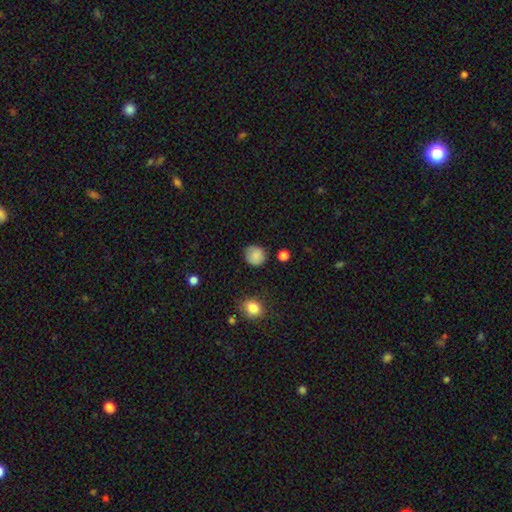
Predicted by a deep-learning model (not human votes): A smooth galaxy with no disk features (86%) that is round (88%).

Vote fractions:
- Smooth or featured? smooth: 86% / star or artifact: 9% / featured or disk: 6%
- How rounded? round: 88% / in between: 11% / cigar-shaped: 1%
- Merging? none: 83% / minor disturbance: 12% / major disturbance: 3% / merger: 2%